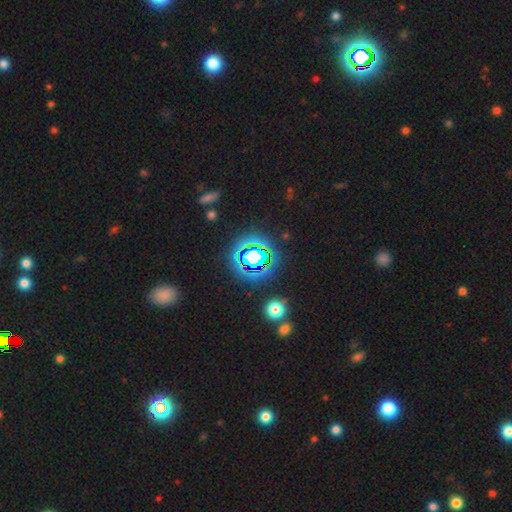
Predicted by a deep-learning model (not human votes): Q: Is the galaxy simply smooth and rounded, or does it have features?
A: star or artifact — 76%.